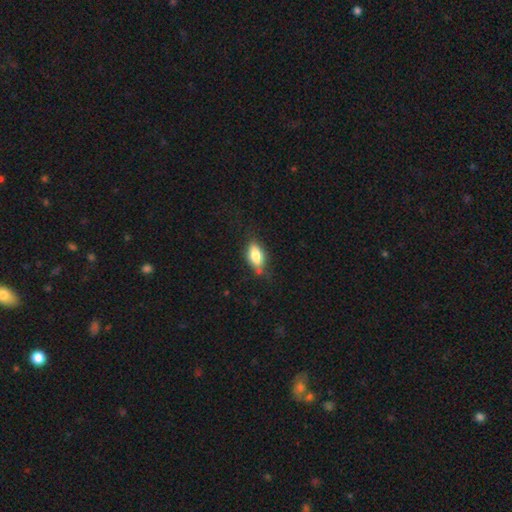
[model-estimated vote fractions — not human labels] A smooth galaxy with no disk features (74%) that is in between round and cigar-shaped (85%).

Vote fractions:
- Smooth or featured? smooth: 74% / featured or disk: 19% / star or artifact: 8%
- How rounded? in between: 85% / cigar-shaped: 10% / round: 5%
- Merging? none: 68% / minor disturbance: 23% / major disturbance: 6% / merger: 3%